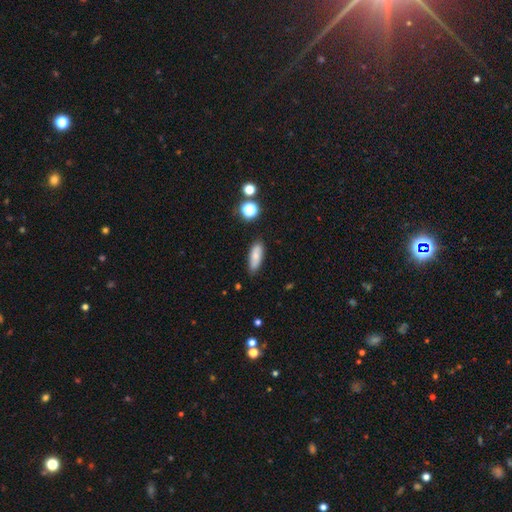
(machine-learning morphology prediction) A smooth galaxy with no disk features (77%) that is in between round and cigar-shaped (63%). Merging: none (82%).